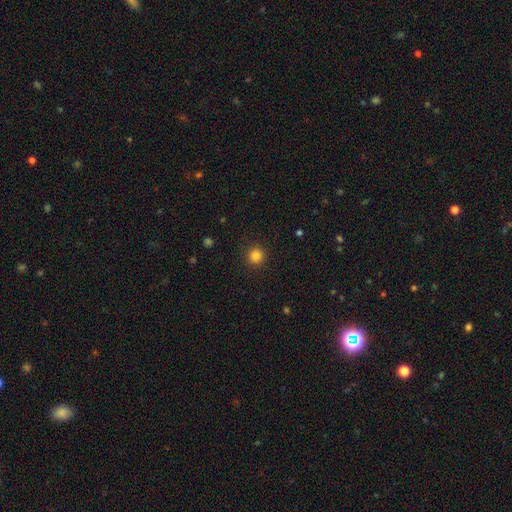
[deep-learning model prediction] Smooth or featured? Predicted: smooth (p=0.84). How rounded? Predicted: round (p=0.94). Merging? Predicted: none (p=0.91).